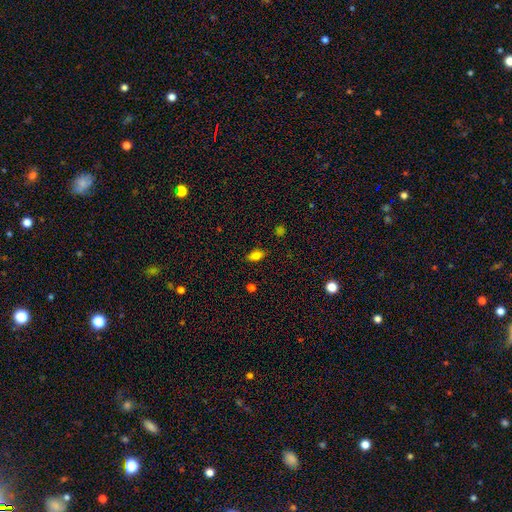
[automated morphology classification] Overall: smooth (80%). How rounded: in between (86%). Merging: none (85%).